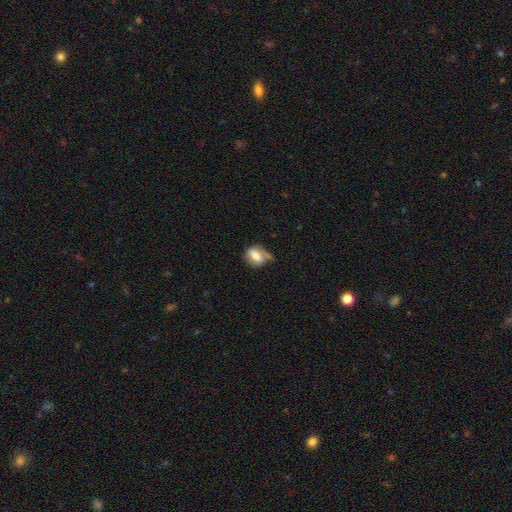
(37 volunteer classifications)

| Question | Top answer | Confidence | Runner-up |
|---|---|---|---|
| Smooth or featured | smooth | 81% | featured or disk (14%) |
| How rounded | in between | 90% | round (10%) |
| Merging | none | 51% | merger (20%) |